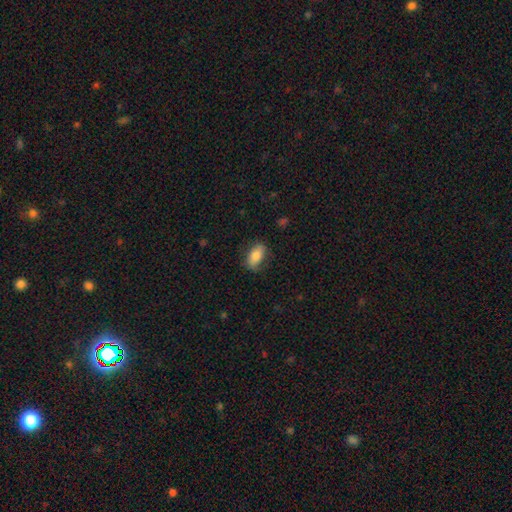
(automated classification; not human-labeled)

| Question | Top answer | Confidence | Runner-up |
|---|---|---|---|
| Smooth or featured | smooth | 79% | featured or disk (14%) |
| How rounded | in between | 88% | cigar-shaped (7%) |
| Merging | none | 79% | minor disturbance (16%) |